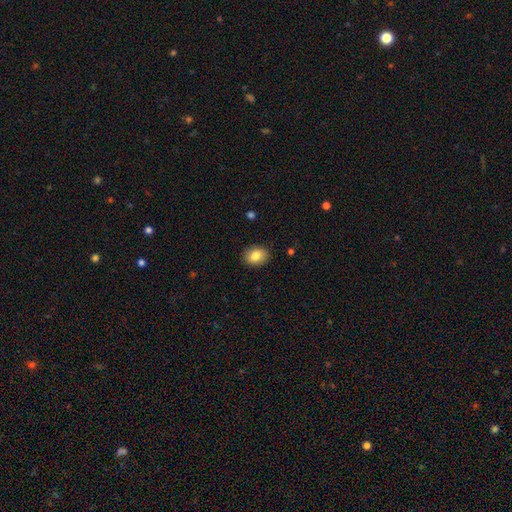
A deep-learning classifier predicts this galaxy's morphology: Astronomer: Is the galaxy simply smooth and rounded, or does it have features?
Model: smooth — 85%.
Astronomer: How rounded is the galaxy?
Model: in between — 63%.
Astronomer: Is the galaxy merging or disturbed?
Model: none — 89%.